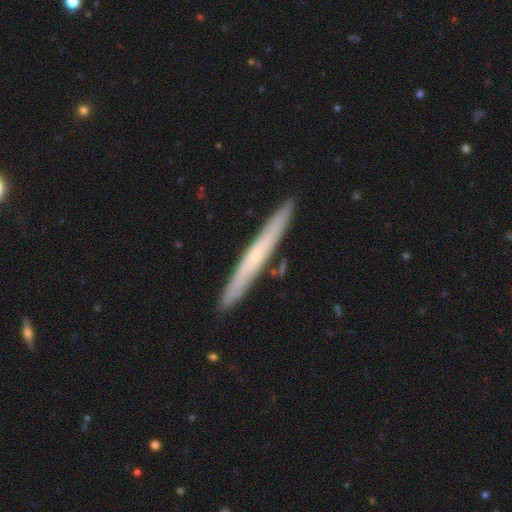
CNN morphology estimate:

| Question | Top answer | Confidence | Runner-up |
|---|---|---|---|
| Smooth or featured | featured or disk | 55% | smooth (39%) |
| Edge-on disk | yes | 93% | no (7%) |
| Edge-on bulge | none | 72% | rounded (24%) |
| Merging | none | 89% | minor disturbance (7%) |